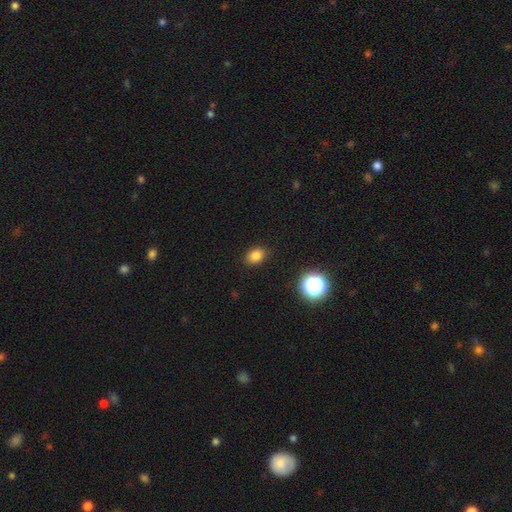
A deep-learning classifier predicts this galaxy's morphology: The model was most divided on "how rounded": in between: 58%, round: 41%, cigar-shaped: 1%. More confident: merging — none (88%); smooth or featured — smooth (82%).